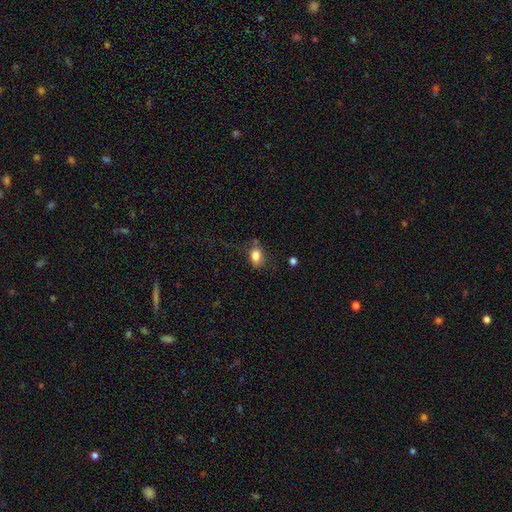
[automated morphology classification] smooth_or_featured: smooth (p=0.82) [alt: star or artifact p=0.10]
how_rounded: in between (p=0.74) [alt: round p=0.23]
merging: none (p=0.61) [alt: minor disturbance p=0.23]